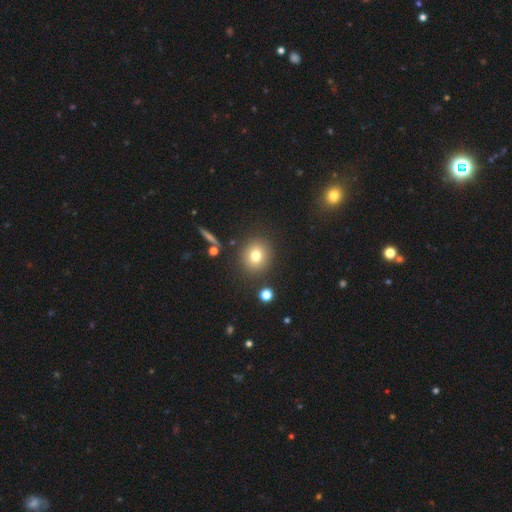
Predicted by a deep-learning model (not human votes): Morphology: type=smooth (76%); roundness=round (85%); merging=none (85%).